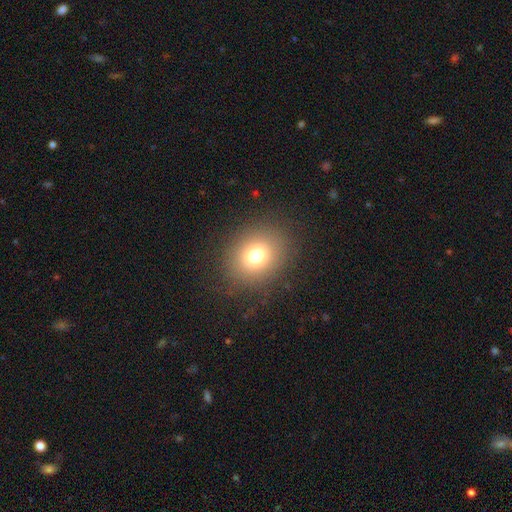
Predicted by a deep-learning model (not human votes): Q: Smooth or featured?
A: smooth (74%); runner-up: star or artifact (15%)
Q: How rounded?
A: round (63%); runner-up: in between (37%)
Q: Merging?
A: none (84%); runner-up: minor disturbance (9%)